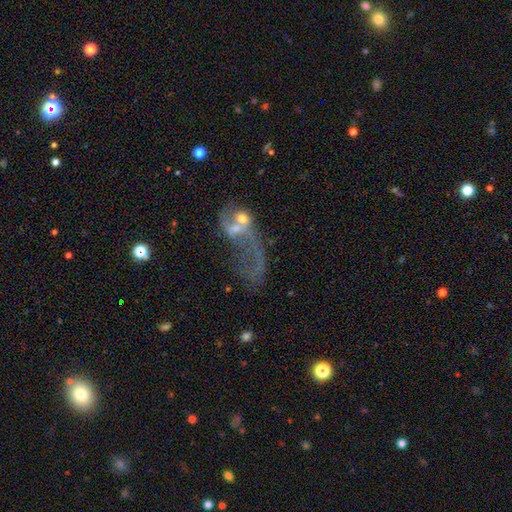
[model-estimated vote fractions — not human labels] Smooth or featured? Predicted: featured or disk (p=0.60). Edge-on disk? Predicted: no (p=0.93). Bar? Predicted: no (p=0.76). Spiral arms? Predicted: yes (p=0.51). Bulge size? Predicted: small (p=0.40). Merging? Predicted: merger (p=0.37).